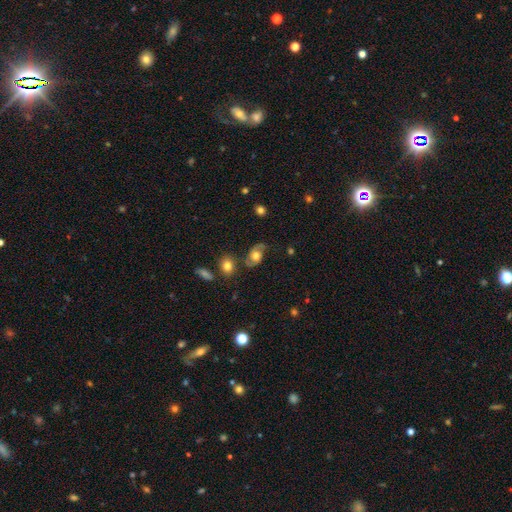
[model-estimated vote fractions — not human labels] Smooth or featured: featured or disk — 57% (smooth — 35%)
Edge-on disk: no — 95% (yes — 5%)
Bar: no — 77% (weak — 19%)
Spiral arms: yes — 79% (no — 21%)
Bulge size: moderate — 54% (large — 35%)
Merging: none — 63% (minor disturbance — 22%)